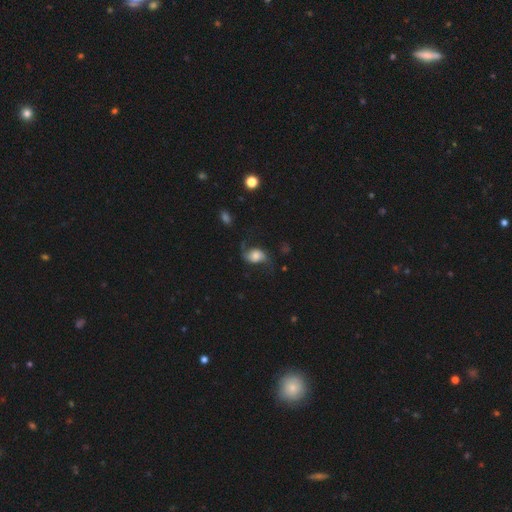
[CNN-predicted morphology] Smooth or featured: featured or disk — 64% (smooth — 27%)
Edge-on disk: no — 96% (yes — 4%)
Bar: no — 63% (weak — 29%)
Spiral arms: yes — 92% (no — 8%)
Spiral winding: loose — 76% (medium — 19%)
Spiral arm count: 2 — 88% (1 — 6%)
Bulge size: moderate — 41% (small — 23%)
Merging: none — 59% (minor disturbance — 19%)